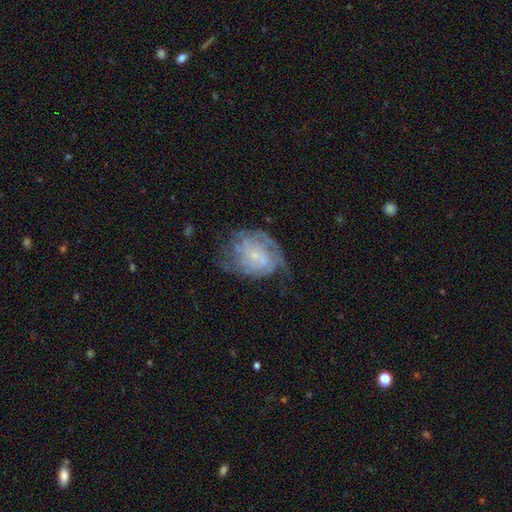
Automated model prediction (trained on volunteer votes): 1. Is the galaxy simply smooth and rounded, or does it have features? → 73% featured or disk, 18% smooth, 10% star or artifact.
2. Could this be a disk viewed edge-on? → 97% no, 3% yes.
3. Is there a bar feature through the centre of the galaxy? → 60% no, 33% weak, 7% strong.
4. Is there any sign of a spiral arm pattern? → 87% yes, 13% no.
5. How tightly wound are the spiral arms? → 51% tight, 36% medium, 13% loose.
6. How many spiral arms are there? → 42% can't tell, 27% 2, 14% 3, 7% 4, 6% 1, 5% more than 4.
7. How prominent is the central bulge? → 69% small, 15% moderate, 13% none, 2% large, 1% dominant.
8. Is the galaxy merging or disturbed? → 55% none, 24% minor disturbance, 19% major disturbance, 2% merger.